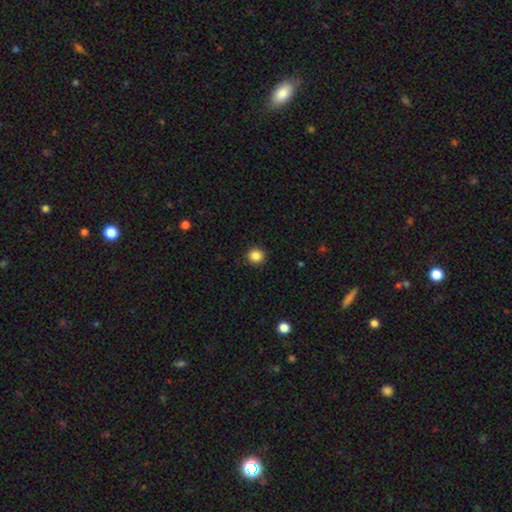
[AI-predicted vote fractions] This appears to be a smooth galaxy with no disk features (86%) that is round (93%). Merging: none (92%).